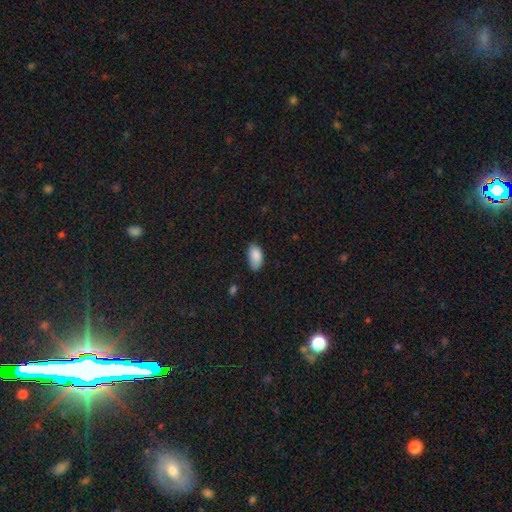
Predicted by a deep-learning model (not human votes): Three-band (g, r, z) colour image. It shows a smooth galaxy with no disk features (87%) that is in between round and cigar-shaped (94%). Merging: none (64%).